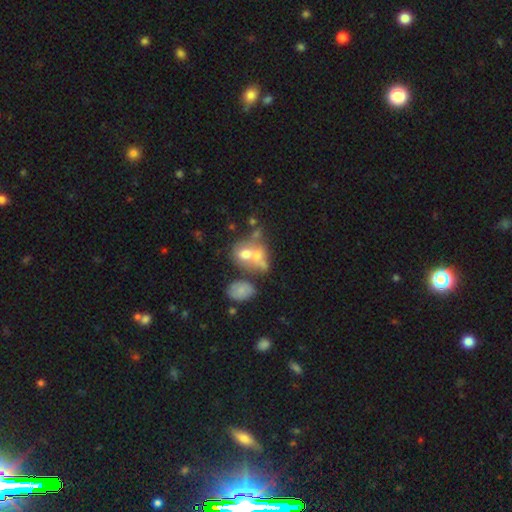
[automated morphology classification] Smooth or featured: smooth — 51% (featured or disk — 36%)
How rounded: in between — 53% (round — 45%)
Merging: merger — 61% (none — 21%)